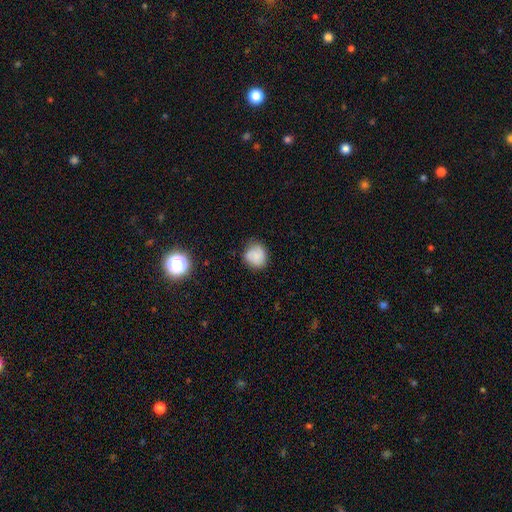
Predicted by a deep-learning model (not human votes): Overall: smooth (81%). How rounded: round (80%). Merging: none (72%).